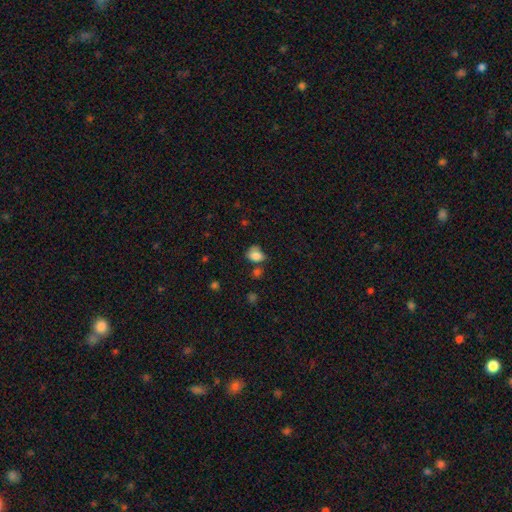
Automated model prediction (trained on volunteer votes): Smooth or featured?
  - smooth: 81% *
  - star or artifact: 10%
  - featured or disk: 9%
How rounded?
  - in between: 60% *
  - round: 39%
  - cigar-shaped: 1%
Merging?
  - none: 42% *
  - minor disturbance: 31%
  - major disturbance: 15%
  - merger: 12%